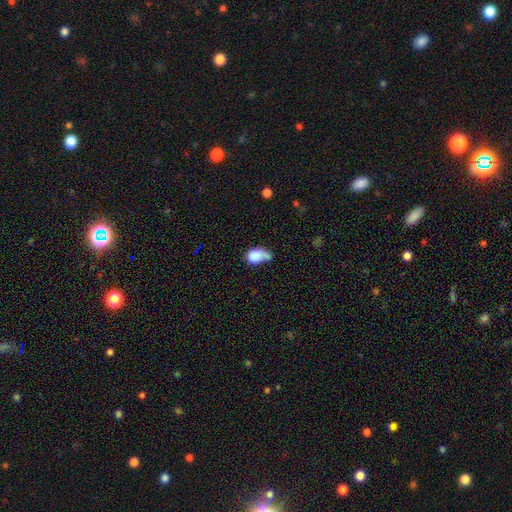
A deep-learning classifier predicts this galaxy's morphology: This appears to be a smooth galaxy with no disk features (80%) that is in between round and cigar-shaped (72%). Merging: none (30%).